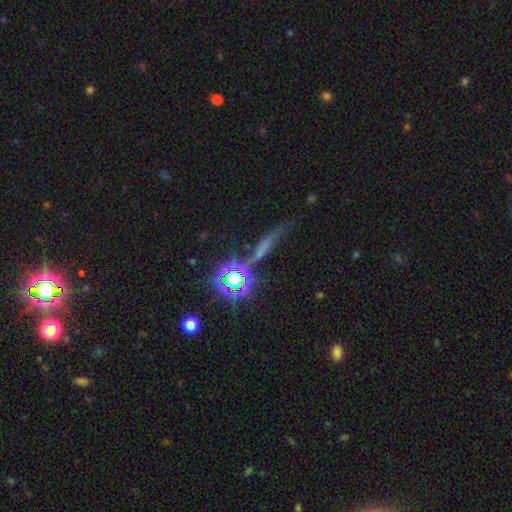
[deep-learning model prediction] This is possibly a star or artifact rather than a galaxy (59%).